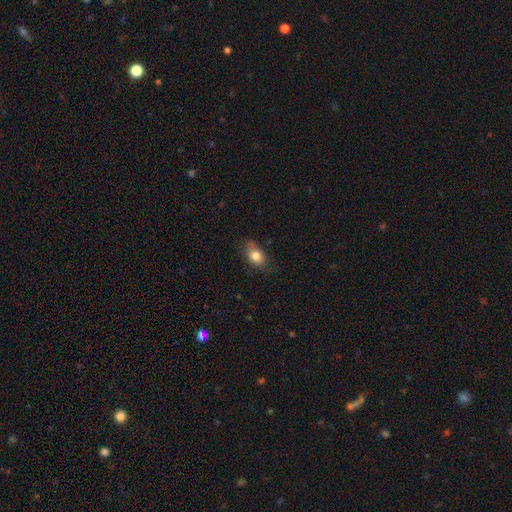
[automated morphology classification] A smooth galaxy with no disk features (81%) that is in between round and cigar-shaped (75%). Merging: none (66%).